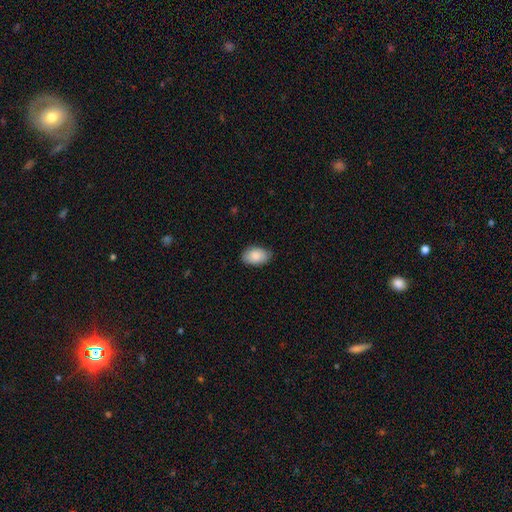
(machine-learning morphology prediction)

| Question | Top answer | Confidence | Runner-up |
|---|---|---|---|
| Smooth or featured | smooth | 88% | featured or disk (6%) |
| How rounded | in between | 91% | round (7%) |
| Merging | none | 83% | minor disturbance (14%) |